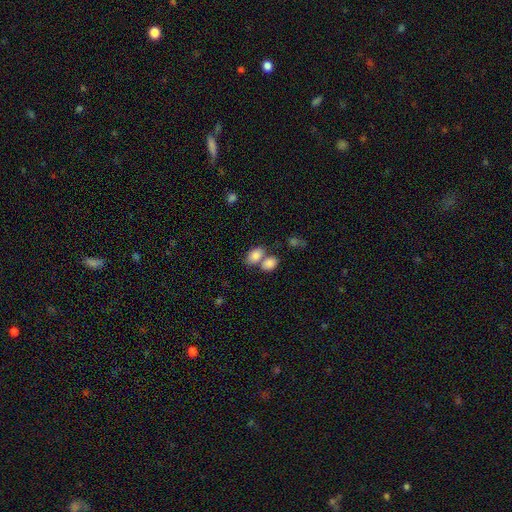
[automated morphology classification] A smooth galaxy with no disk features (84%) that is in between round and cigar-shaped (87%). Merging: merger (47%).